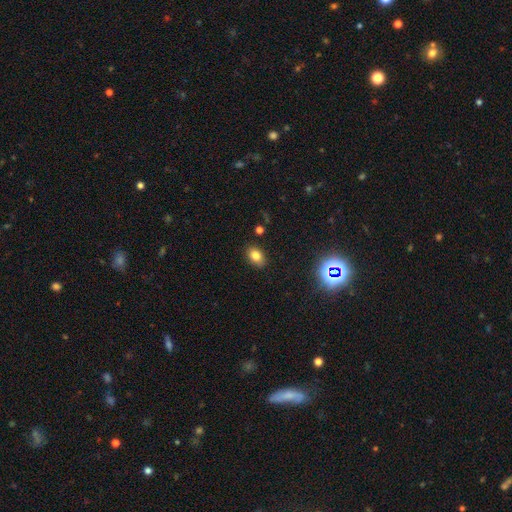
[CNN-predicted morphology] Overall: smooth (80%). How rounded: in between (79%). Merging: none (86%).